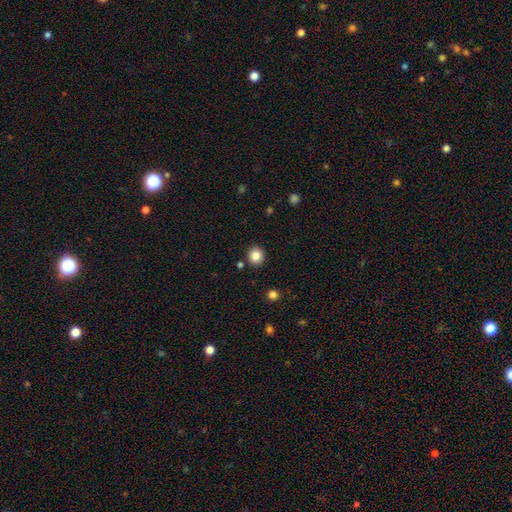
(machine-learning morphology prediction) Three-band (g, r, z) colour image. It shows a smooth galaxy with no disk features (85%) that is round (90%). Merging: none (90%).